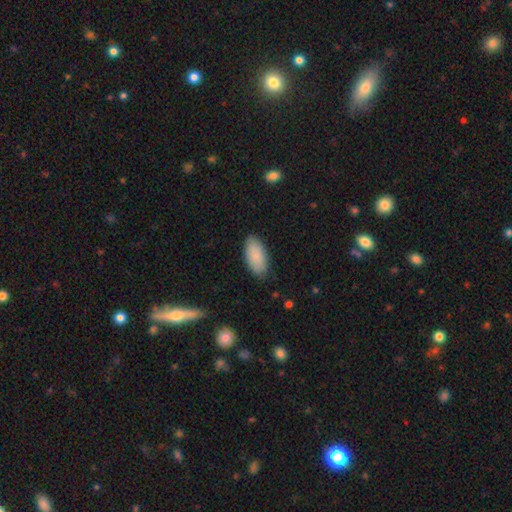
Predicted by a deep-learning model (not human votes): This appears to be a smooth galaxy with no disk features (86%) that is in between round and cigar-shaped (93%). Merging: none (84%).